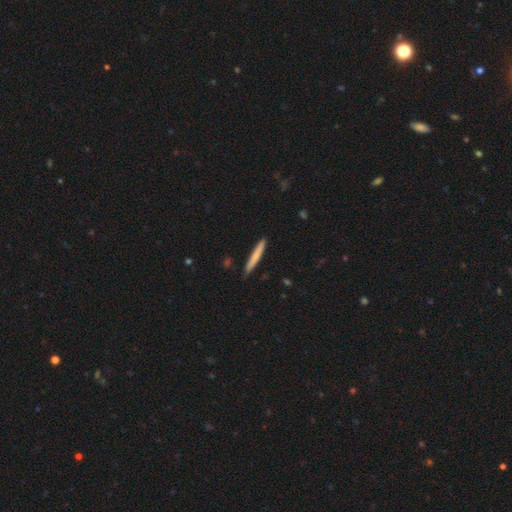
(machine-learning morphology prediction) smooth_or_featured: smooth (p=0.70) [alt: featured or disk p=0.24]
how_rounded: cigar-shaped (p=0.96) [alt: in between p=0.03]
merging: none (p=0.87) [alt: minor disturbance p=0.10]